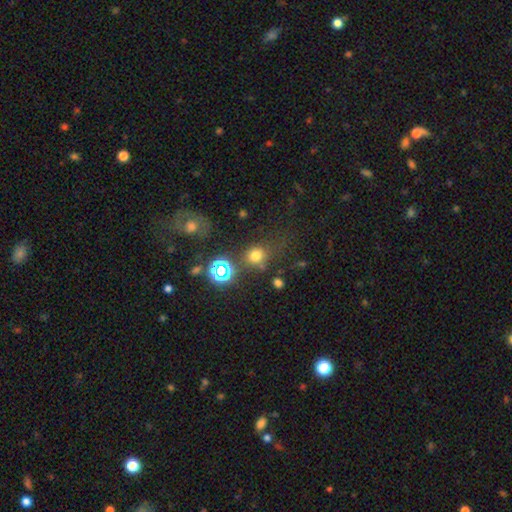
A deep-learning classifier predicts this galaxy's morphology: Smooth or featured? smooth (68%)
How rounded? round (81%)
Merging? none (64%)